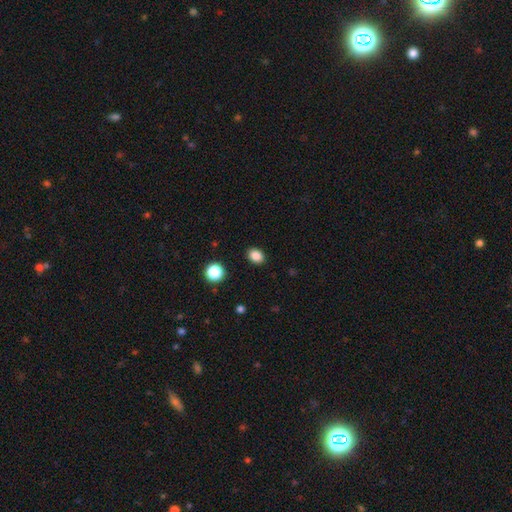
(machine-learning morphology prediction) Smooth or featured: smooth — 86% (star or artifact — 11%)
How rounded: in between — 58% (round — 42%)
Merging: none — 89% (minor disturbance — 7%)